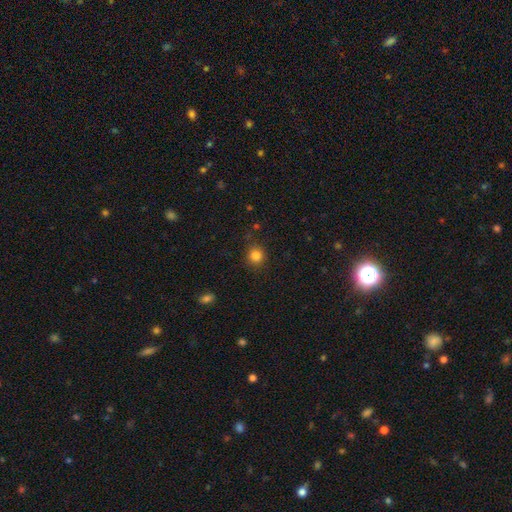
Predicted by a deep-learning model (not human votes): A smooth galaxy with no disk features (83%) that is round (88%).

Vote fractions:
- Smooth or featured? smooth: 83% / star or artifact: 12% / featured or disk: 5%
- How rounded? round: 88% / in between: 11% / cigar-shaped: 1%
- Merging? none: 85% / minor disturbance: 10% / major disturbance: 3% / merger: 2%